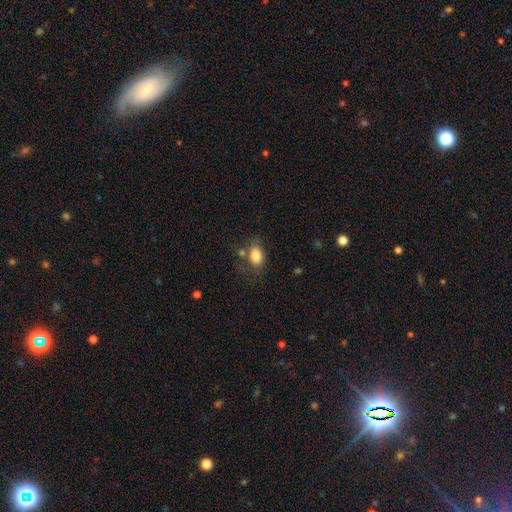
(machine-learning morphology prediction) Smooth or featured: smooth — 82% (featured or disk — 10%)
How rounded: in between — 80% (round — 18%)
Merging: none — 58% (minor disturbance — 21%)